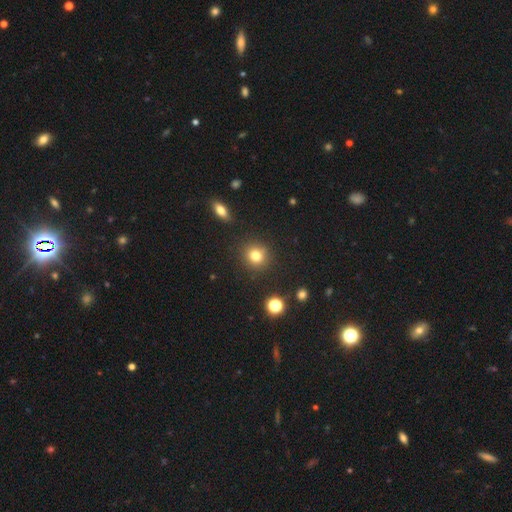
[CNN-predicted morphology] This is likely a smooth galaxy (79%). How rounded: clearly round (89%). Merging: clearly none (88%).